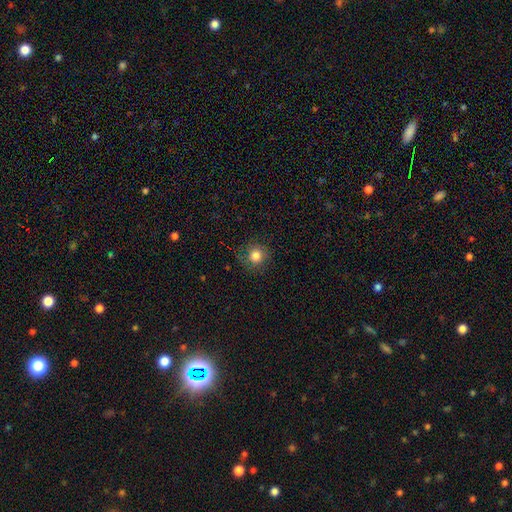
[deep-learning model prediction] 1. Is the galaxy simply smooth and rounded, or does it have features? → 81% smooth, 11% star or artifact, 7% featured or disk.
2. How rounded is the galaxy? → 92% round, 7% in between, 1% cigar-shaped.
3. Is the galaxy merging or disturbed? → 82% none, 12% minor disturbance, 4% major disturbance, 1% merger.